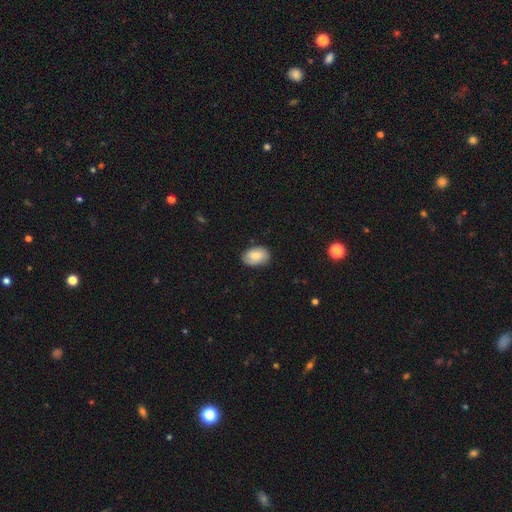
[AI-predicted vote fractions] Smooth or featured? smooth (67%)
How rounded? in between (86%)
Merging? none (79%)